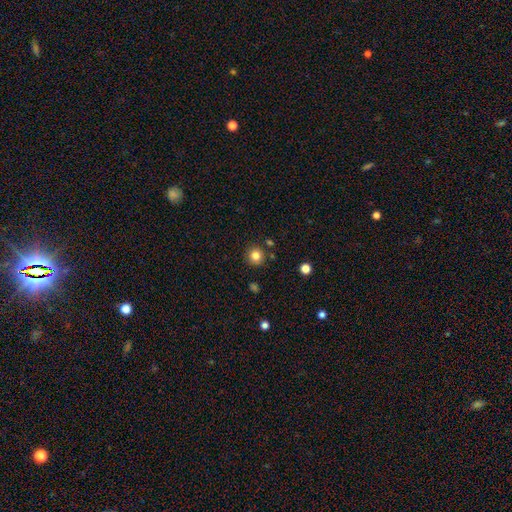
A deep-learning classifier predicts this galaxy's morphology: smooth-or-featured: smooth: 81% | star or artifact: 12% | featured or disk: 7%
  how-rounded: round: 94% | in between: 5% | cigar-shaped: 1%
  merging: none: 88% | minor disturbance: 7% | merger: 3% | major disturbance: 2%